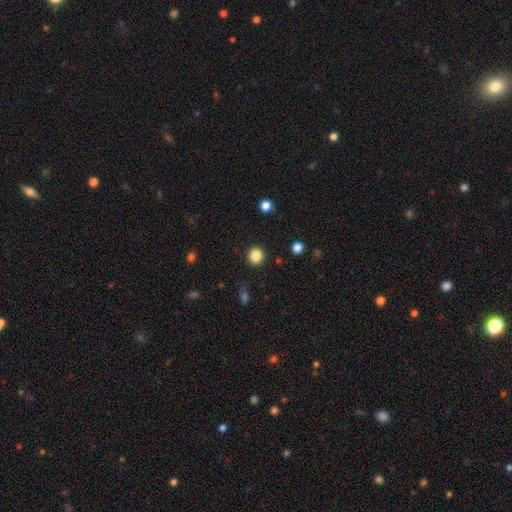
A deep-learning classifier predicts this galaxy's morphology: Q: Smooth or featured?
A: smooth (86%); runner-up: star or artifact (11%)
Q: How rounded?
A: round (92%); runner-up: in between (7%)
Q: Merging?
A: none (91%); runner-up: minor disturbance (6%)